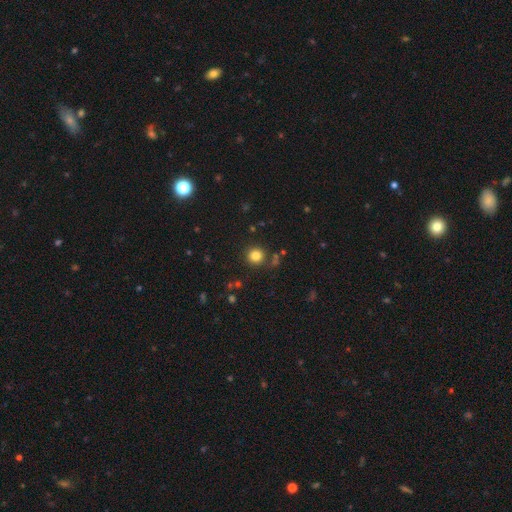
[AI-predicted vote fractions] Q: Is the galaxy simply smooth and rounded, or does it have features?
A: smooth — 81%.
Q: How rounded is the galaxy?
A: round — 93%.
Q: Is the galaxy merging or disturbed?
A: none — 86%.